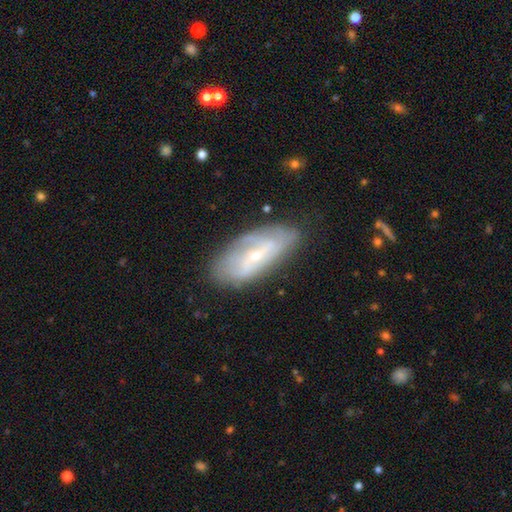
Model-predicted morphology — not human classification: A featured or disk galaxy (67%) with a weak bar (40%), spiral arms (70%) and a small central bulge (73%).

Vote fractions:
- Smooth or featured? featured or disk: 67% / smooth: 25% / star or artifact: 7%
- Edge-on disk? no: 88% / yes: 12%
- Bar? weak: 40% / no: 37% / strong: 23%
- Spiral arms? yes: 70% / no: 30%
- Bulge size? small: 73% / moderate: 24% / none: 2% / large: 1% / dominant: 1%
- Merging? none: 70% / minor disturbance: 21% / major disturbance: 7% / merger: 2%